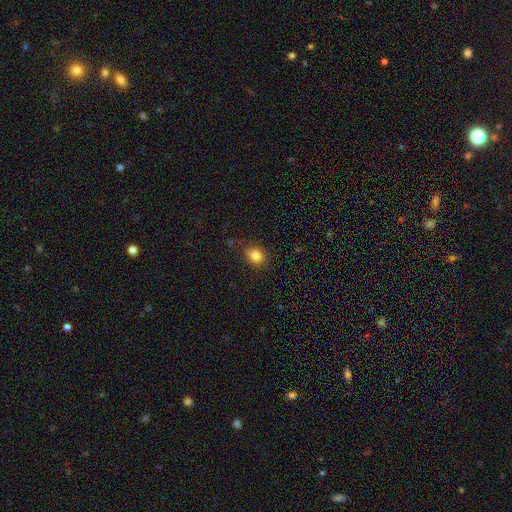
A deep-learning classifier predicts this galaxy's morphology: Smooth or featured?
  - smooth: 83% *
  - star or artifact: 11%
  - featured or disk: 6%
How rounded?
  - round: 77% *
  - in between: 22%
  - cigar-shaped: 1%
Merging?
  - none: 85% *
  - minor disturbance: 11%
  - major disturbance: 3%
  - merger: 2%